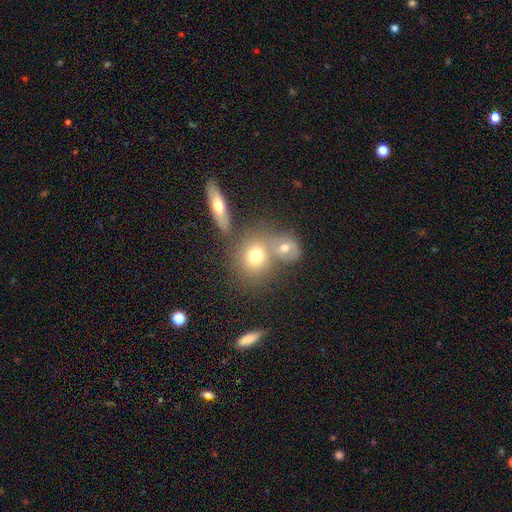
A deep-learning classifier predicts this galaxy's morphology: Smooth or featured?
  - smooth: 71% *
  - featured or disk: 17%
  - star or artifact: 12%
How rounded?
  - round: 68% *
  - in between: 30%
  - cigar-shaped: 2%
Merging?
  - none: 47% *
  - merger: 38%
  - minor disturbance: 10%
  - major disturbance: 5%